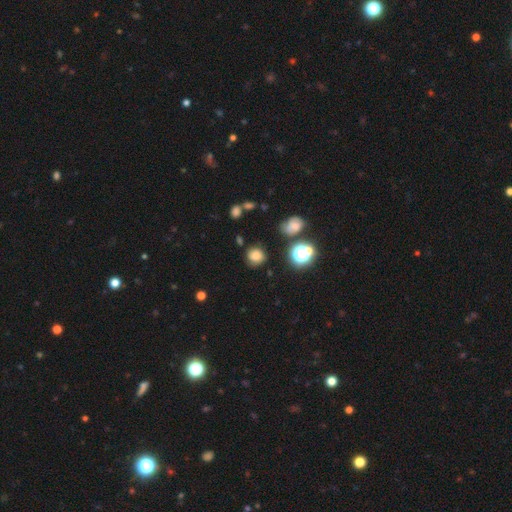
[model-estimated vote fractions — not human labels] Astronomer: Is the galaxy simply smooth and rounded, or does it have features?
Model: smooth — 70%.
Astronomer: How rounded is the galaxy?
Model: round — 84%.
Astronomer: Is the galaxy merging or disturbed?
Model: none — 74%.